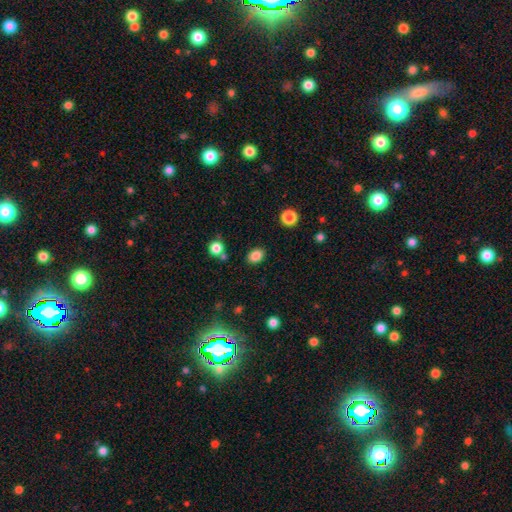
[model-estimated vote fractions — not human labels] Smooth or featured? Predicted: smooth (p=0.85). How rounded? Predicted: in between (p=0.74). Merging? Predicted: none (p=0.85).